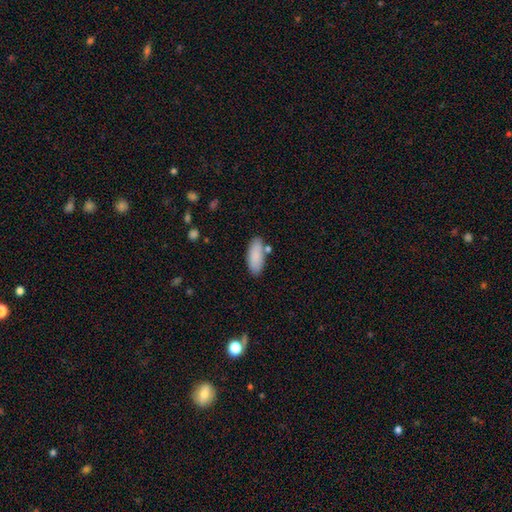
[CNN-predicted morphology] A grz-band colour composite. It shows a smooth galaxy with no disk features (88%) that is in between round and cigar-shaped (80%). Merging: none (78%).